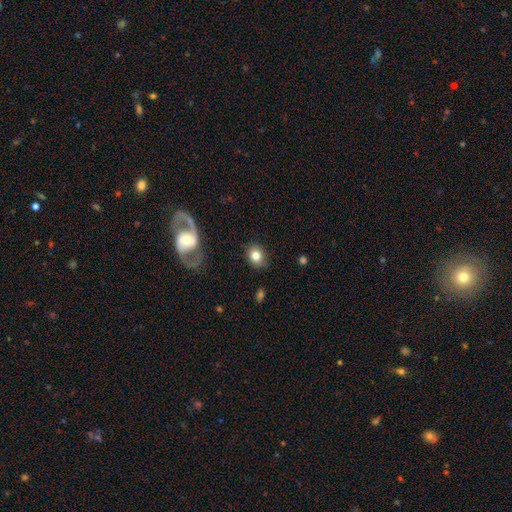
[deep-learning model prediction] This appears to be a smooth galaxy with no disk features (78%) that is round (60%). Merging: none (82%).